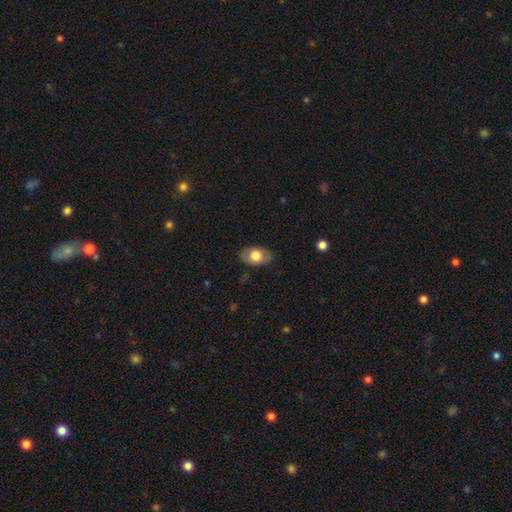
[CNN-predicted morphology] smooth 70%, featured or disk 24%, star or artifact 7%. Down the decision tree: how rounded — in between (89%); merging — none (82%).